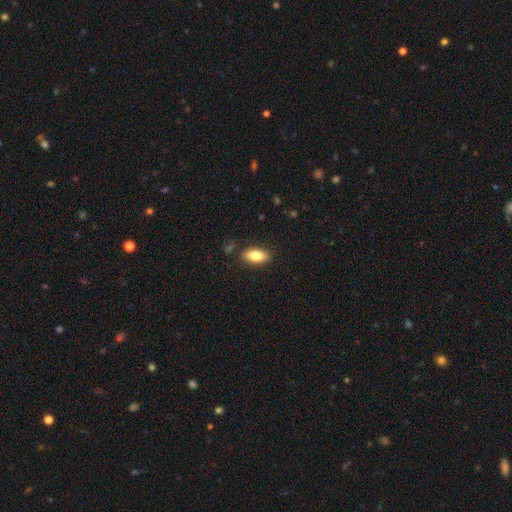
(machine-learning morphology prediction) Smooth or featured? smooth (82%)
How rounded? in between (87%)
Merging? none (86%)